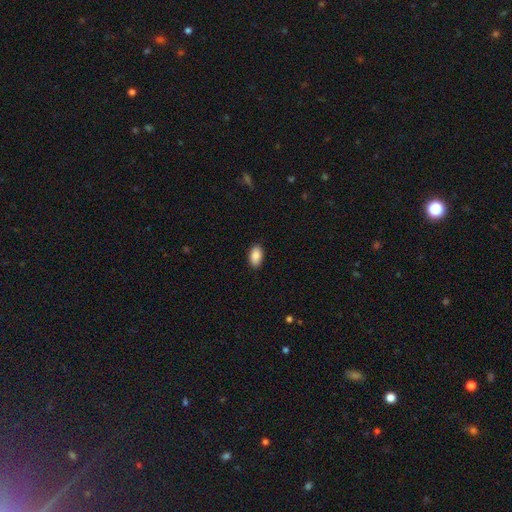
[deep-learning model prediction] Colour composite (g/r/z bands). It shows a smooth galaxy with no disk features (88%) that is in between round and cigar-shaped (94%). Merging: none (89%).